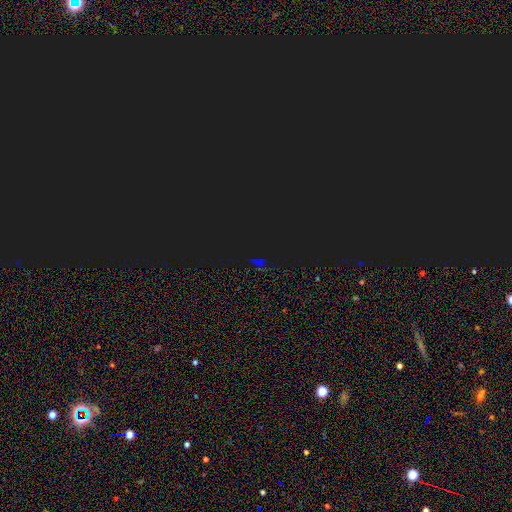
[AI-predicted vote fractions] This appears to be a star or artifact, not a galaxy (81%).